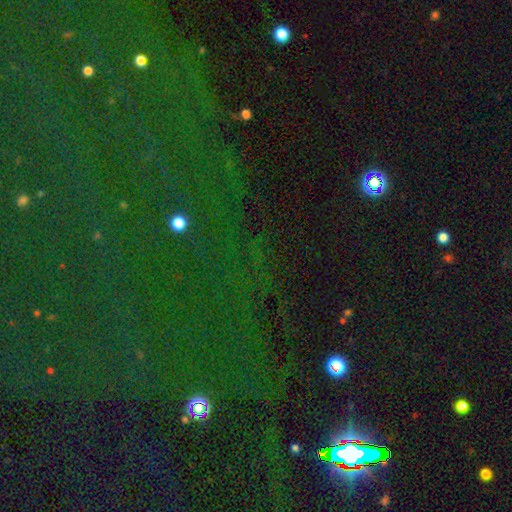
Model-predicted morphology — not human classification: star or artifact 83%, smooth 10%, featured or disk 7%.